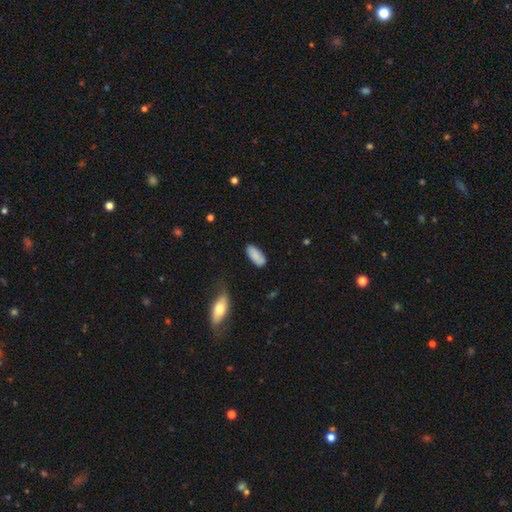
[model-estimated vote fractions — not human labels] A smooth galaxy with no disk features (86%) that is in between round and cigar-shaped (88%). Merging: none (78%).